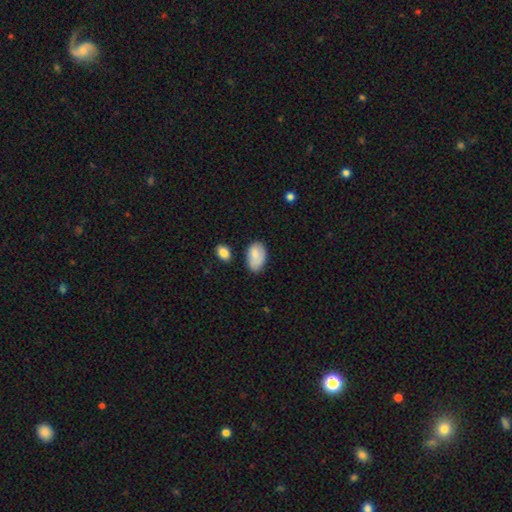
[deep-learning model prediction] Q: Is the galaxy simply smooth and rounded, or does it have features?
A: smooth — 80%.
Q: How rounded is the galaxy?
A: in between — 92%.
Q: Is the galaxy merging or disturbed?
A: none — 63%.